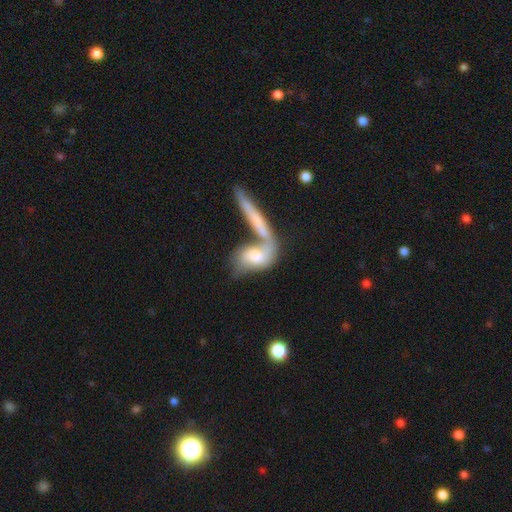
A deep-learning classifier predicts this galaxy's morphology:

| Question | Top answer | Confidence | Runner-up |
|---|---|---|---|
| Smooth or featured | smooth | 52% | featured or disk (41%) |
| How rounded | in between | 65% | cigar-shaped (26%) |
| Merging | merger | 54% | none (25%) |